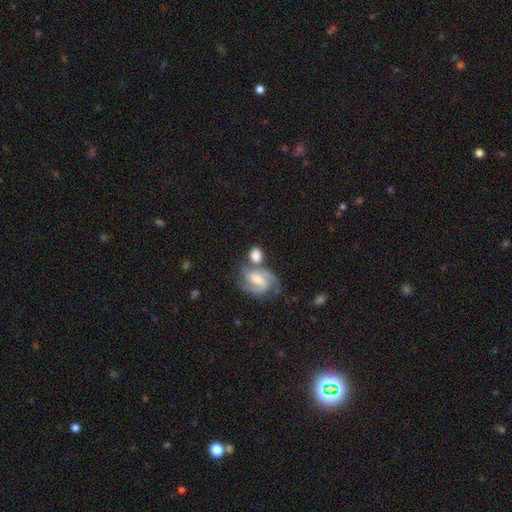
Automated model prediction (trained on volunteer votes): Smooth or featured? smooth (48%)
Merging? none (48%)